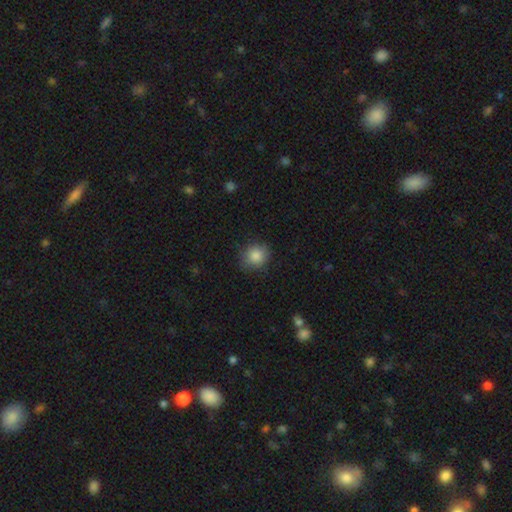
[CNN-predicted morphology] smooth_or_featured: smooth (p=0.86) [alt: star or artifact p=0.09]
how_rounded: round (p=0.81) [alt: in between p=0.18]
merging: none (p=0.84) [alt: minor disturbance p=0.12]